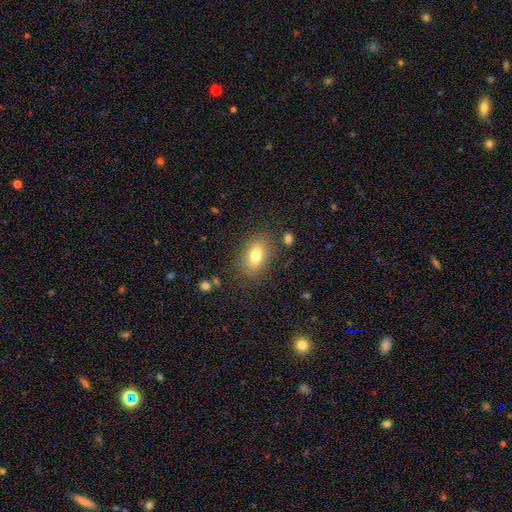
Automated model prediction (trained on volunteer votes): smooth-or-featured: smooth: 76% | featured or disk: 15% | star or artifact: 9%
  how-rounded: in between: 86% | round: 8% | cigar-shaped: 6%
  merging: none: 82% | minor disturbance: 11% | major disturbance: 4% | merger: 3%